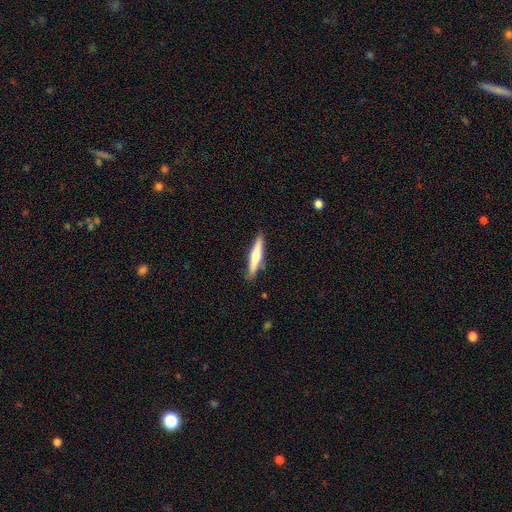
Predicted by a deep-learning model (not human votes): Smooth or featured? featured or disk (49%)
Merging? none (87%)